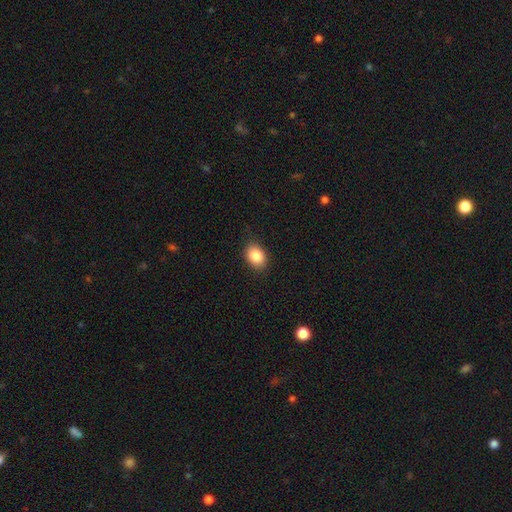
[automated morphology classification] This appears to be a smooth galaxy with no disk features (86%) that is in between round and cigar-shaped (73%). Merging: none (86%).